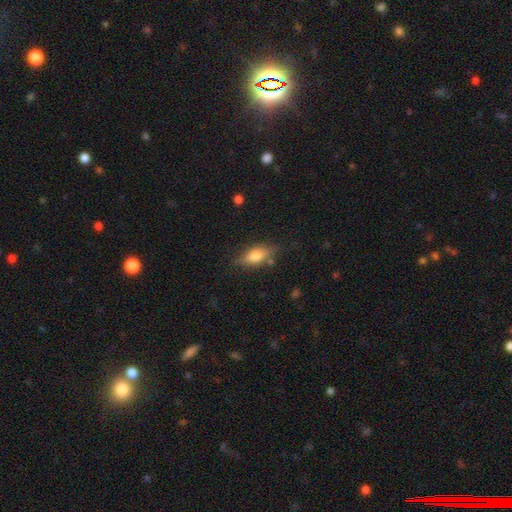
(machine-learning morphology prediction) smooth-or-featured: smooth: 65% | featured or disk: 27% | star or artifact: 8%
  how-rounded: in between: 73% | cigar-shaped: 23% | round: 4%
  merging: none: 72% | minor disturbance: 19% | major disturbance: 5% | merger: 3%